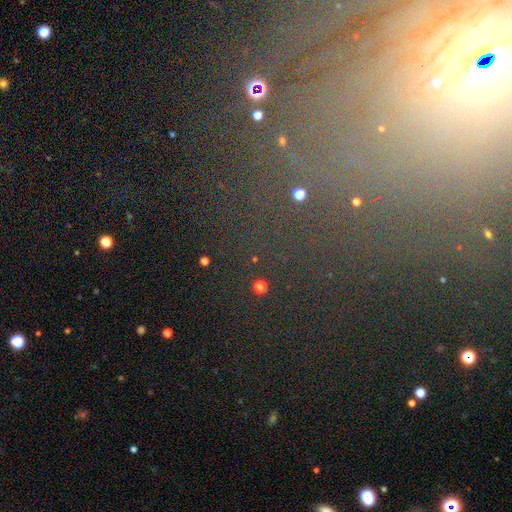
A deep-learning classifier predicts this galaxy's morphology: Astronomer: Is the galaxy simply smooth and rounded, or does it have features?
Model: star or artifact — 61%.